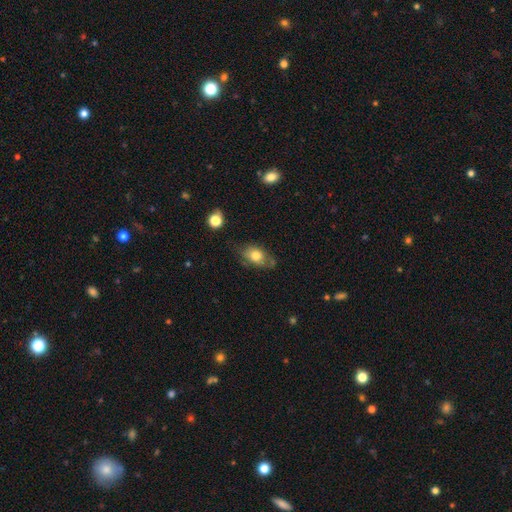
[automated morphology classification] type=smooth (70%); roundness=in between (80%); merging=none (57%).